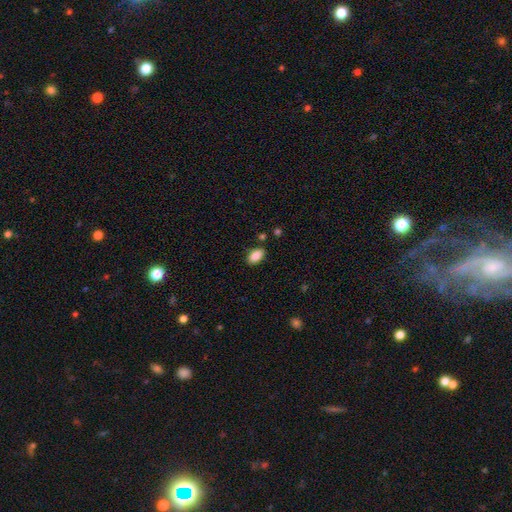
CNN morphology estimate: A smooth galaxy with no disk features (89%) that is in between round and cigar-shaped (93%). Merging: none (85%).